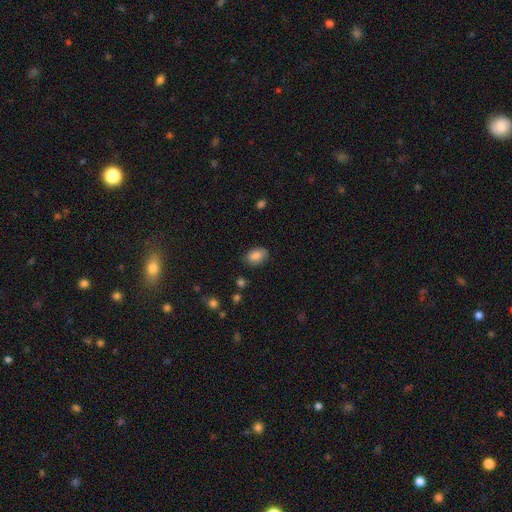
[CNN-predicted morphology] A smooth galaxy with no disk features (85%) that is in between round and cigar-shaped (86%).

Vote fractions:
- Smooth or featured? smooth: 85% / star or artifact: 8% / featured or disk: 6%
- How rounded? in between: 86% / round: 12% / cigar-shaped: 1%
- Merging? none: 80% / minor disturbance: 15% / major disturbance: 3% / merger: 1%